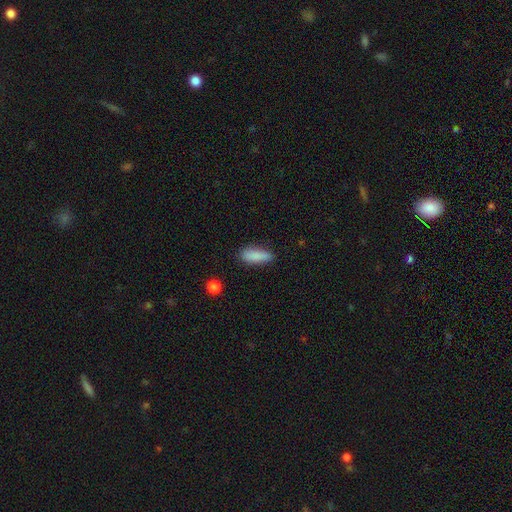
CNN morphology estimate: Smooth or featured? Predicted: smooth (p=0.87). How rounded? Predicted: in between (p=0.63). Merging? Predicted: none (p=0.77).